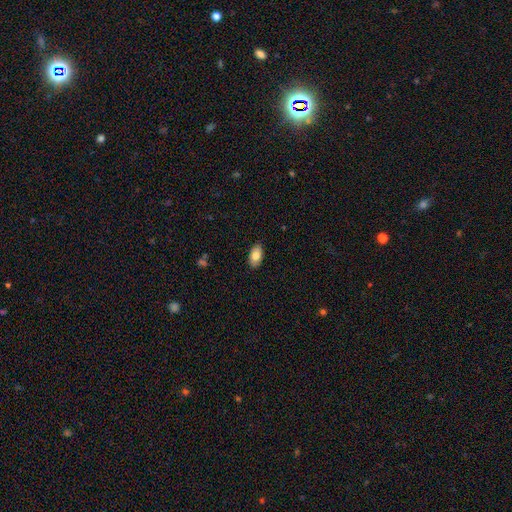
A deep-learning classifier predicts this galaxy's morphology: A smooth galaxy with no disk features (80%) that is in between round and cigar-shaped (93%). Merging: none (87%).